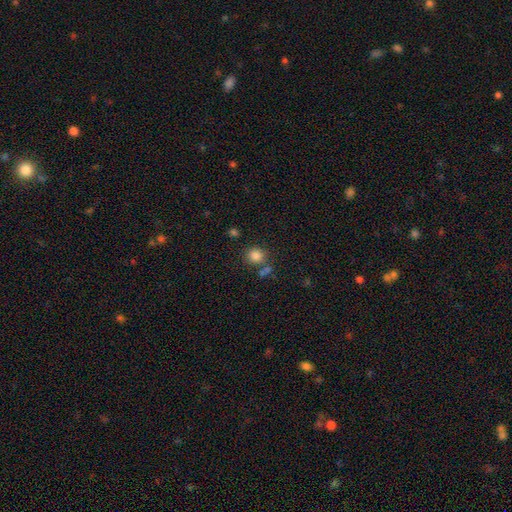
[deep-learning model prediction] This is clearly a smooth galaxy (84%). How rounded: clearly round (80%). Merging: likely none (70%).